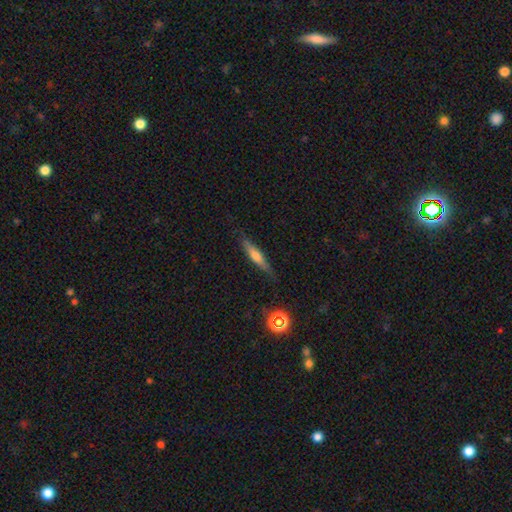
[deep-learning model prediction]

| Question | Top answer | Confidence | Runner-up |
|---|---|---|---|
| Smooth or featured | smooth | 51% | featured or disk (42%) |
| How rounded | cigar-shaped | 88% | in between (10%) |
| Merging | none | 83% | minor disturbance (13%) |